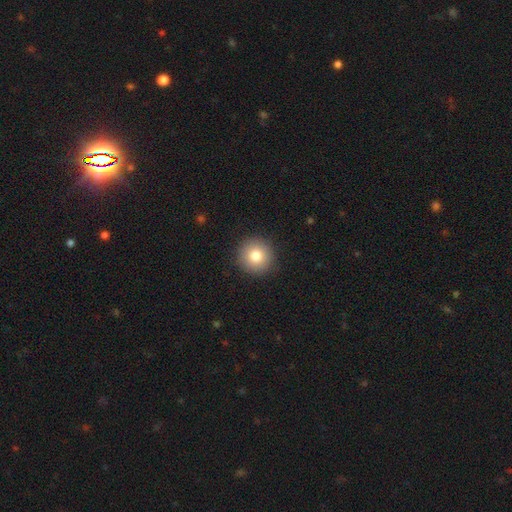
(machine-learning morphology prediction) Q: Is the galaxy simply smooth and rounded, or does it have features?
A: smooth — 81%.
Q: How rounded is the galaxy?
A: round — 95%.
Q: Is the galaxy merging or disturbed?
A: none — 92%.